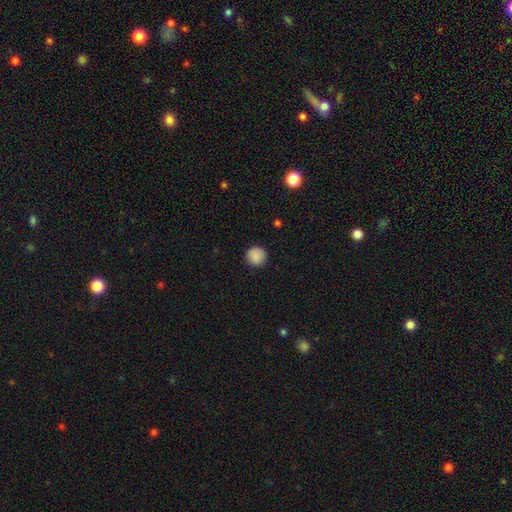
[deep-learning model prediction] Morphology: type=smooth (89%); roundness=round (95%); merging=none (91%).